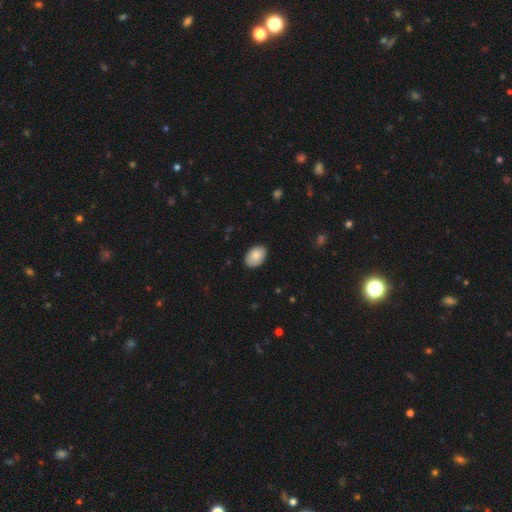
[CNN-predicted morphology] Smooth or featured?
  - smooth: 87% *
  - featured or disk: 7%
  - star or artifact: 6%
How rounded?
  - in between: 86% *
  - round: 13%
  - cigar-shaped: 1%
Merging?
  - none: 86% *
  - minor disturbance: 11%
  - major disturbance: 2%
  - merger: 1%